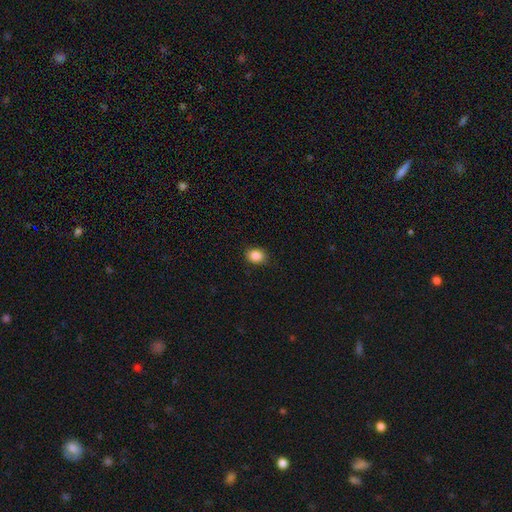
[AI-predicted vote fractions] This appears to be a smooth galaxy with no disk features (86%) that is round (52%). Merging: none (87%).